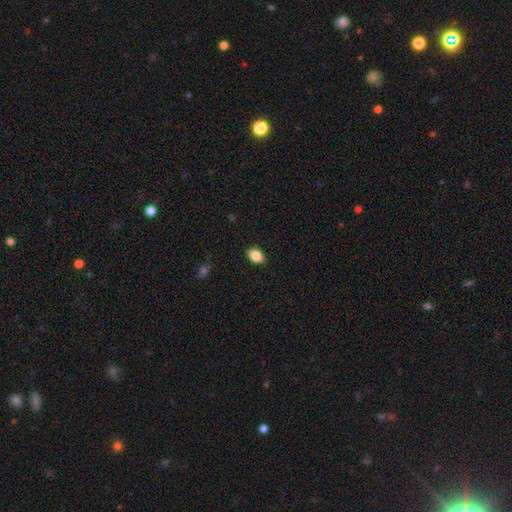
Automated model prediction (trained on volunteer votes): Q: Smooth or featured?
A: smooth (84%); runner-up: star or artifact (8%)
Q: How rounded?
A: in between (84%); runner-up: round (14%)
Q: Merging?
A: none (87%); runner-up: minor disturbance (10%)